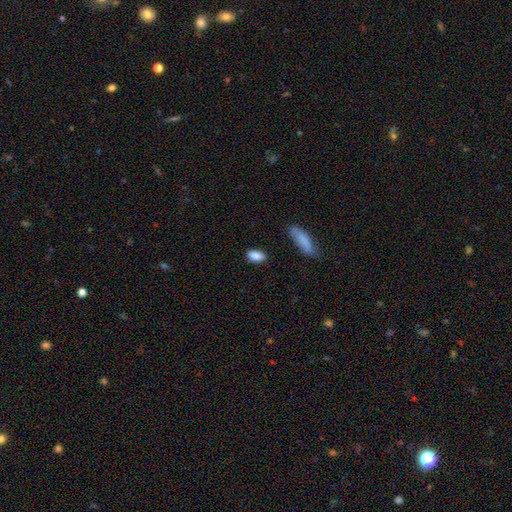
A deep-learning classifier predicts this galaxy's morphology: This appears to be a smooth galaxy with no disk features (88%) that is in between round and cigar-shaped (91%). Merging: none (83%).